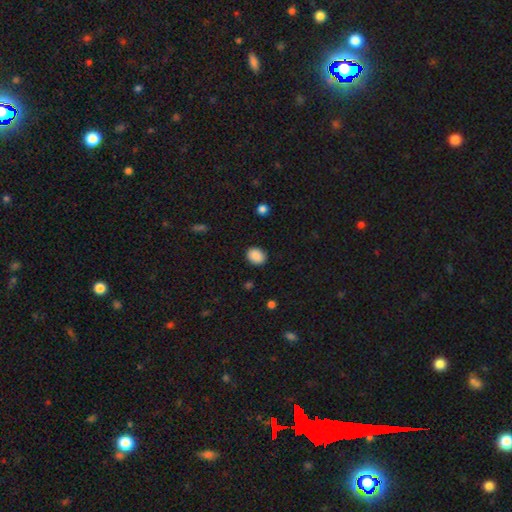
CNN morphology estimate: Q: Smooth or featured?
A: smooth (89%); runner-up: star or artifact (8%)
Q: How rounded?
A: in between (60%); runner-up: round (39%)
Q: Merging?
A: none (88%); runner-up: minor disturbance (9%)